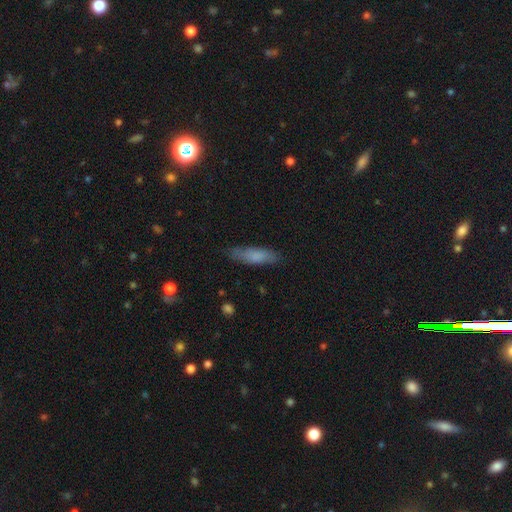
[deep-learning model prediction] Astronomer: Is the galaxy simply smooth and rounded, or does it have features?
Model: smooth — 77%.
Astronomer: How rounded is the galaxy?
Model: cigar-shaped — 61% (runner-up: in between, 37%).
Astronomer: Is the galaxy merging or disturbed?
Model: none — 79%.